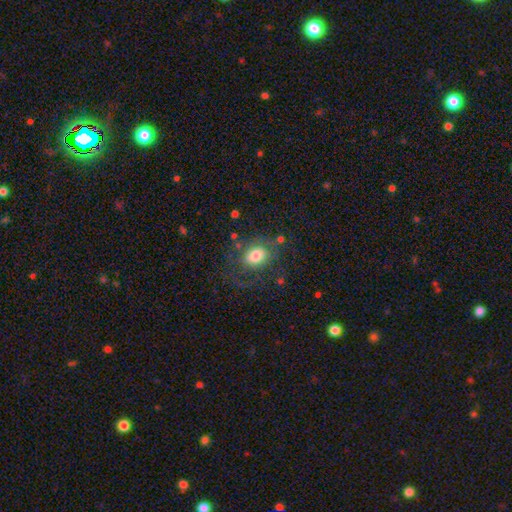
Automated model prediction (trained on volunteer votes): Overall: smooth (58%; featured or disk 32%). How rounded: in between (64%; round 35%). Merging: none (53%; major disturbance 23%).